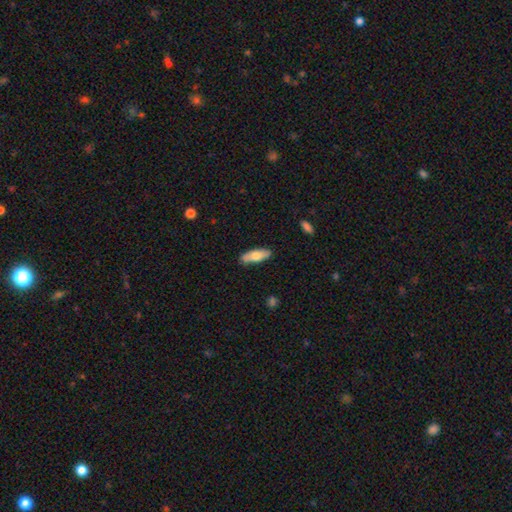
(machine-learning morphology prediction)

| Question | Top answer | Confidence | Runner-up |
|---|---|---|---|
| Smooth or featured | smooth | 69% | featured or disk (26%) |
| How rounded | in between | 61% | cigar-shaped (37%) |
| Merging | none | 81% | minor disturbance (14%) |